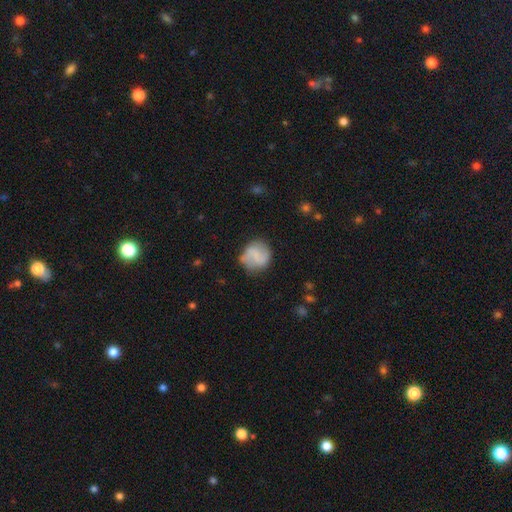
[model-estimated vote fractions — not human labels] smooth 54%, featured or disk 39%, star or artifact 8%. Down the decision tree: how rounded — round (83%); merging — none (73%).